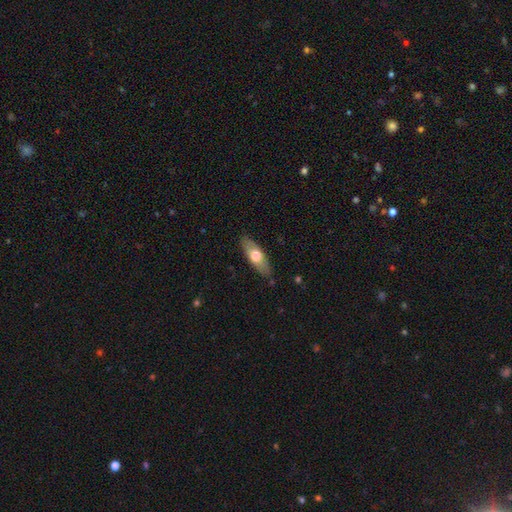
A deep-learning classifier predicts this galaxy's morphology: The model was most divided on "smooth or featured": smooth: 62%, featured or disk: 32%, star or artifact: 6%. More confident: merging — none (85%); how rounded — in between (66%).